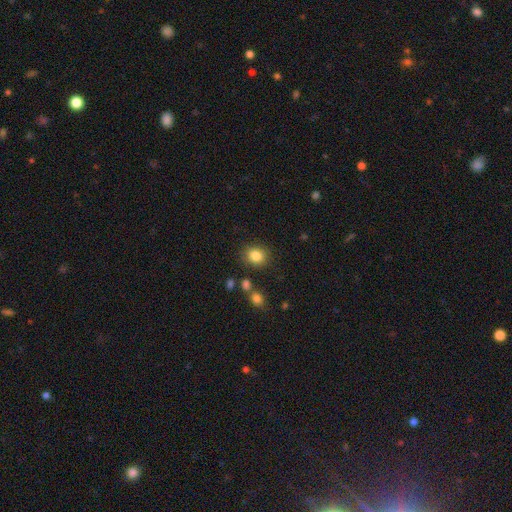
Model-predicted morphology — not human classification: This is clearly a smooth galaxy (84%). How rounded: likely round (67%). Merging: clearly none (84%).